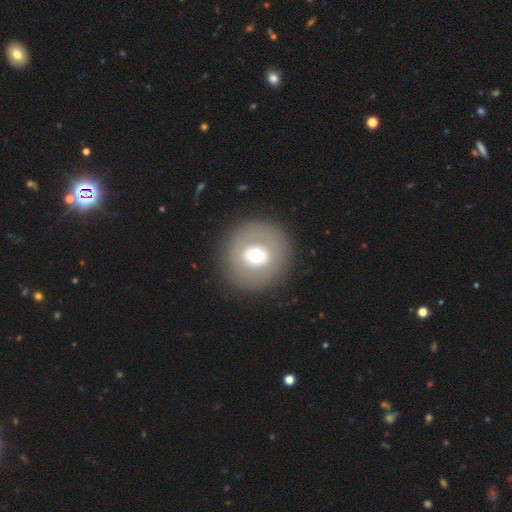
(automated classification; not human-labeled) A smooth galaxy with no disk features (58%) that is round (94%).

Vote fractions:
- Smooth or featured? smooth: 58% / featured or disk: 31% / star or artifact: 11%
- How rounded? round: 94% / in between: 6% / cigar-shaped: 1%
- Merging? none: 88% / minor disturbance: 7% / major disturbance: 4% / merger: 1%